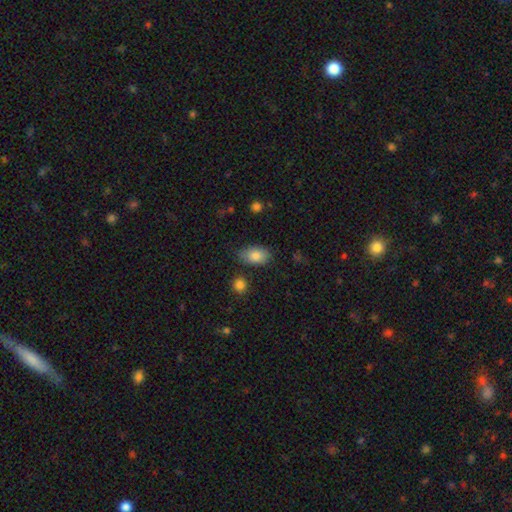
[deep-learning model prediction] smooth-or-featured: smooth: 83% | featured or disk: 9% | star or artifact: 7%
  how-rounded: in between: 90% | round: 9% | cigar-shaped: 2%
  merging: none: 77% | minor disturbance: 17% | major disturbance: 3% | merger: 3%